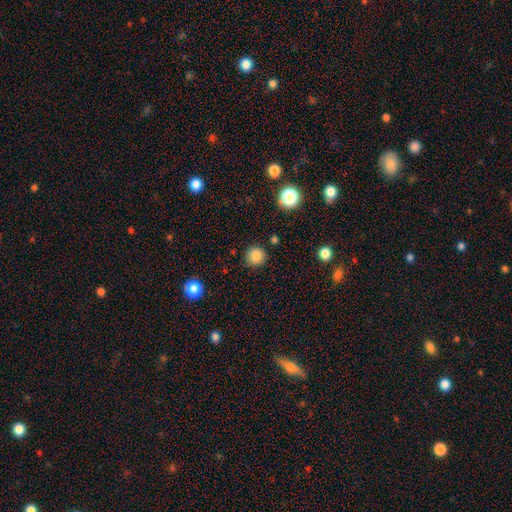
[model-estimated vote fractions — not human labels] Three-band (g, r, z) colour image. It shows a smooth galaxy with no disk features (84%) that is round (90%). Merging: none (87%).